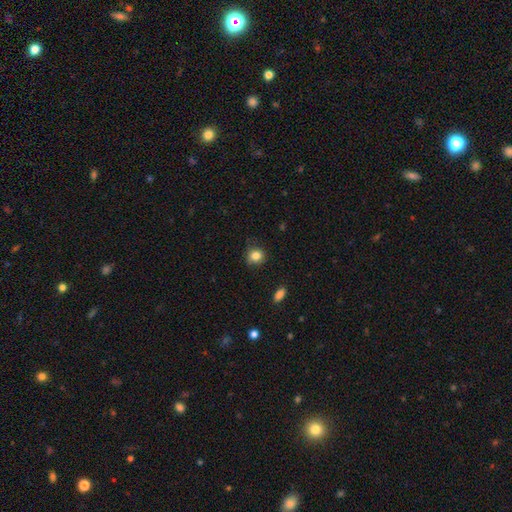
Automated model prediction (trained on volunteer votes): smooth 83%, star or artifact 11%, featured or disk 6%. Down the decision tree: how rounded — round (83%); merging — none (79%).